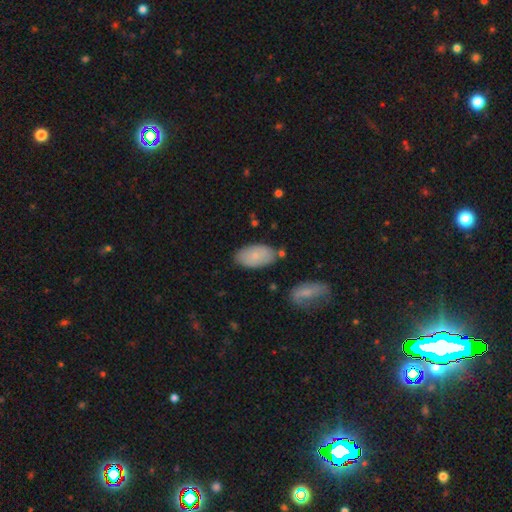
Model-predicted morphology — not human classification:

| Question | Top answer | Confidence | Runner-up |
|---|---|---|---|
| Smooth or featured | smooth | 74% | featured or disk (20%) |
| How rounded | in between | 94% | round (3%) |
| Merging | none | 77% | minor disturbance (16%) |